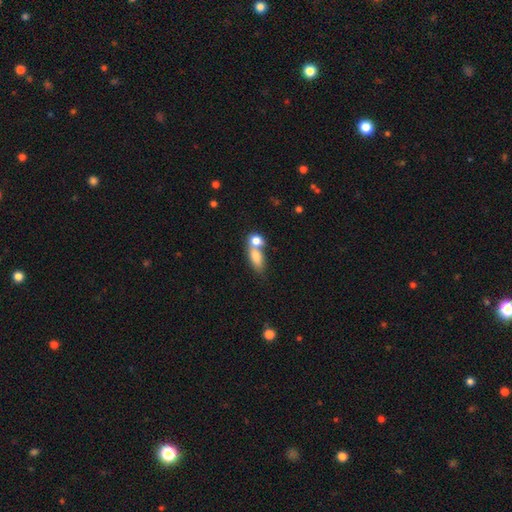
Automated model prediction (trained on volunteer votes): smooth-or-featured: smooth: 77% | featured or disk: 14% | star or artifact: 8%
  how-rounded: in between: 73% | round: 15% | cigar-shaped: 12%
  merging: merger: 57% | none: 29% | minor disturbance: 9% | major disturbance: 5%